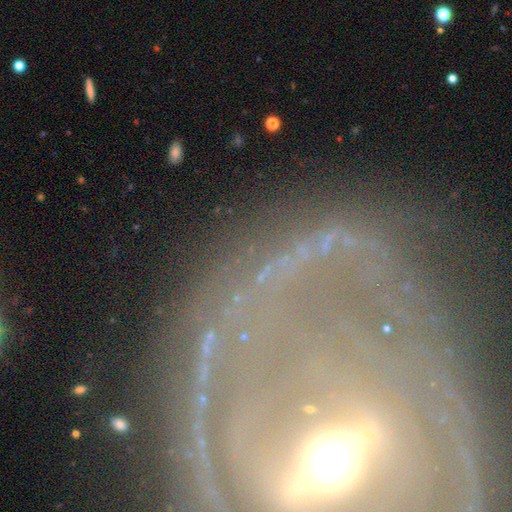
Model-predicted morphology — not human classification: This appears to be a featured or disk galaxy (71%) with a strong bar (43%), spiral arms (53%) and a moderate central bulge (62%). Merging: none (73%).